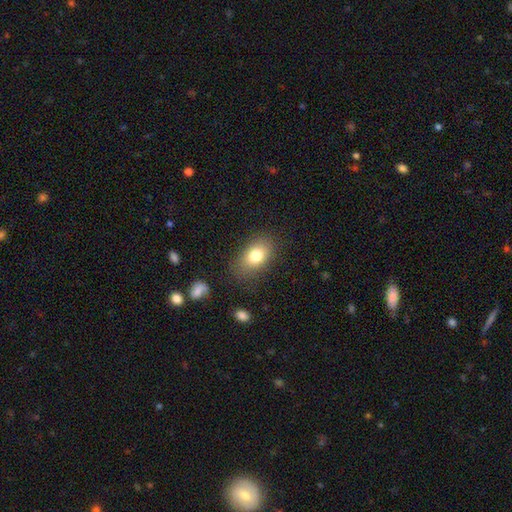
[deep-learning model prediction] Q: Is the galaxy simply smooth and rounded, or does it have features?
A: smooth — 79%.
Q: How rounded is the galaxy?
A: in between — 83%.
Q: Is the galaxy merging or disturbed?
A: none — 78%.